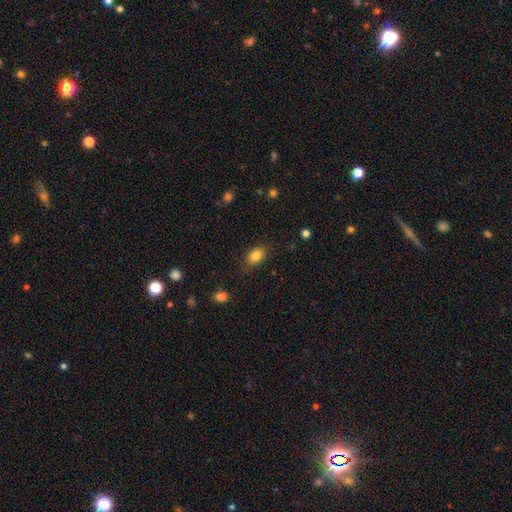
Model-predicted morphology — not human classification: This is clearly a smooth galaxy (84%). How rounded: clearly in between (81%). Merging: clearly none (81%).